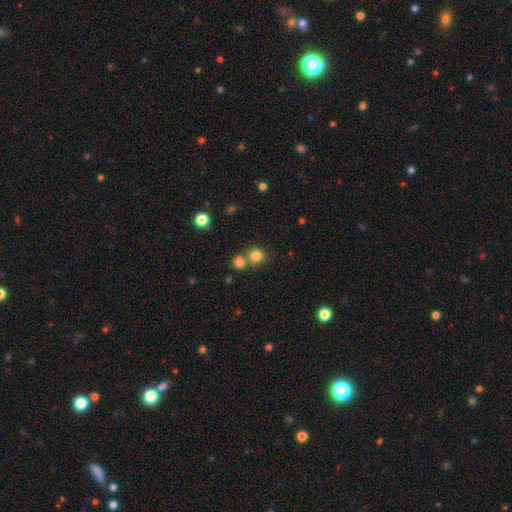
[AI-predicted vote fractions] smooth-or-featured: smooth: 81% | star or artifact: 13% | featured or disk: 6%
  how-rounded: round: 89% | in between: 10% | cigar-shaped: 1%
  merging: none: 59% | merger: 32% | minor disturbance: 7% | major disturbance: 3%